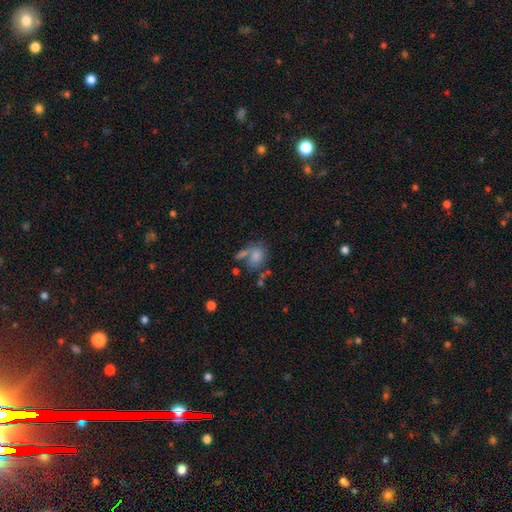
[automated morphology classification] smooth_or_featured: smooth (p=0.76) [alt: featured or disk p=0.14]
how_rounded: in between (p=0.53) [alt: round p=0.45]
merging: none (p=0.42) [alt: merger p=0.28]